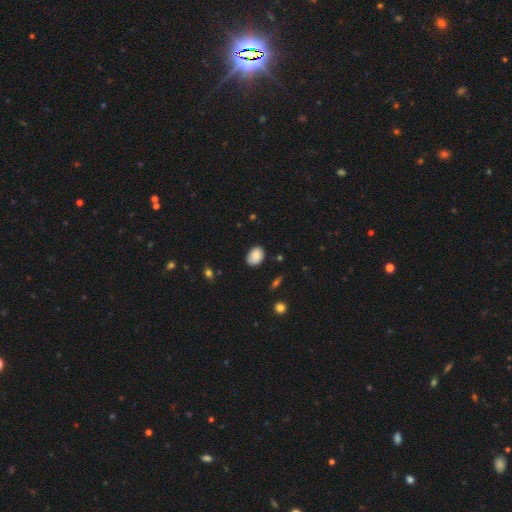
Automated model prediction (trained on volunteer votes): Smooth or featured? Predicted: smooth (p=0.86). How rounded? Predicted: in between (p=0.75). Merging? Predicted: none (p=0.73).